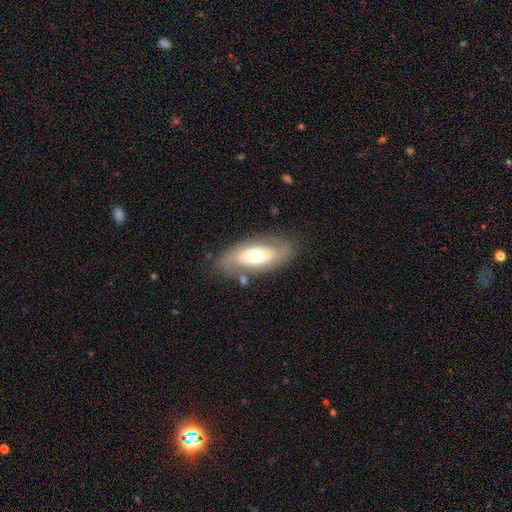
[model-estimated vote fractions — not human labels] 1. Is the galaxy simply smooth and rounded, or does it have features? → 51% smooth, 42% featured or disk, 6% star or artifact.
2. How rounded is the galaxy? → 83% in between, 13% cigar-shaped, 3% round.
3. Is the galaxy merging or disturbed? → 74% none, 16% minor disturbance, 5% major disturbance, 4% merger.